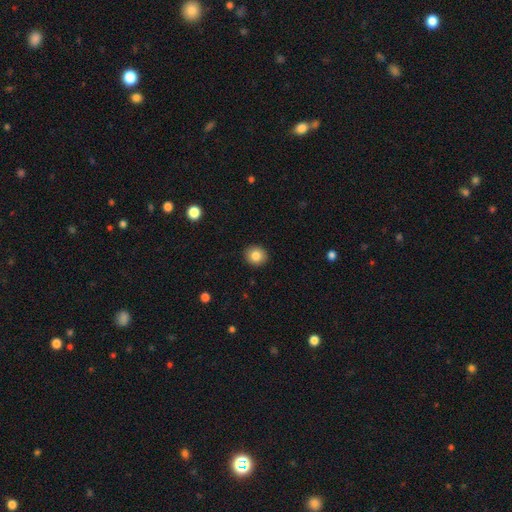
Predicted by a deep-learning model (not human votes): Smooth or featured? Predicted: smooth (p=0.84). How rounded? Predicted: round (p=0.84). Merging? Predicted: none (p=0.92).